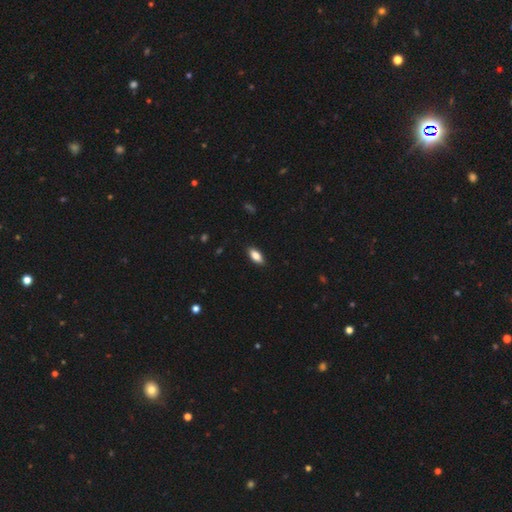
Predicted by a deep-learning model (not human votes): smooth 84%, featured or disk 9%, star or artifact 7%. Down the decision tree: how rounded — in between (86%); merging — none (88%).